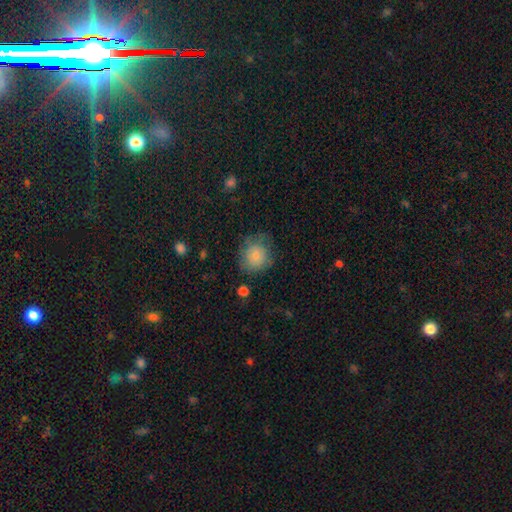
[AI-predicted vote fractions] Morphology: type=smooth (77%); roundness=round (83%); merging=none (62%).